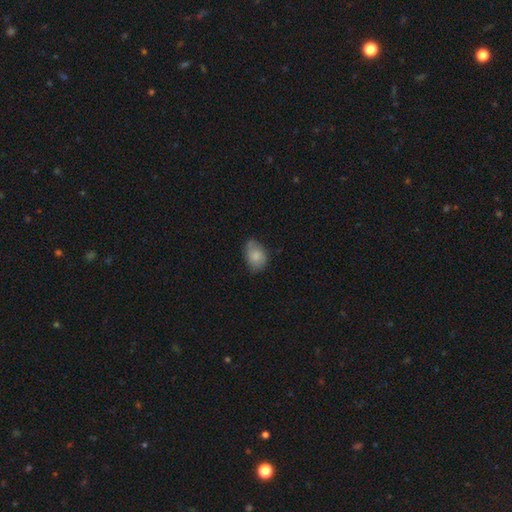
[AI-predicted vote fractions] Smooth or featured? smooth (76%)
How rounded? in between (77%)
Merging? none (60%)